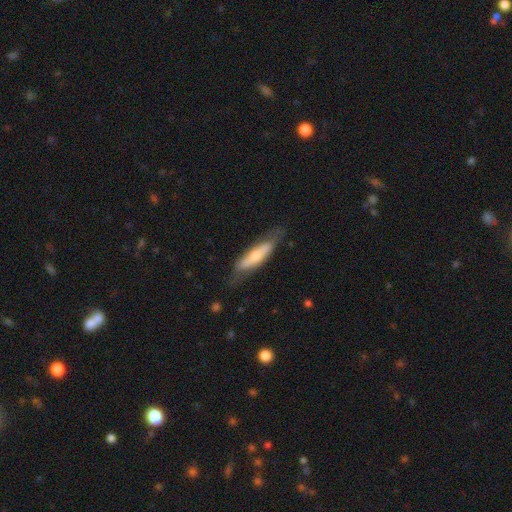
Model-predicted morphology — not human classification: Smooth or featured? Predicted: smooth (p=0.52). How rounded? Predicted: cigar-shaped (p=0.66). Merging? Predicted: none (p=0.66).